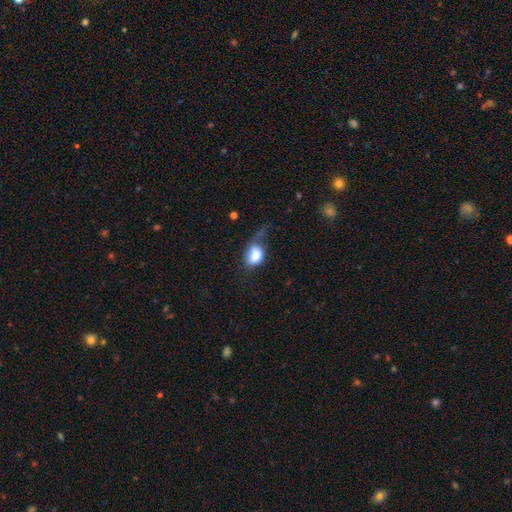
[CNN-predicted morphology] The model was most divided on "merging": major disturbance: 34%, minor disturbance: 31%, none: 29%, merger: 6%. More confident: smooth or featured — smooth (78%); how rounded — in between (68%).